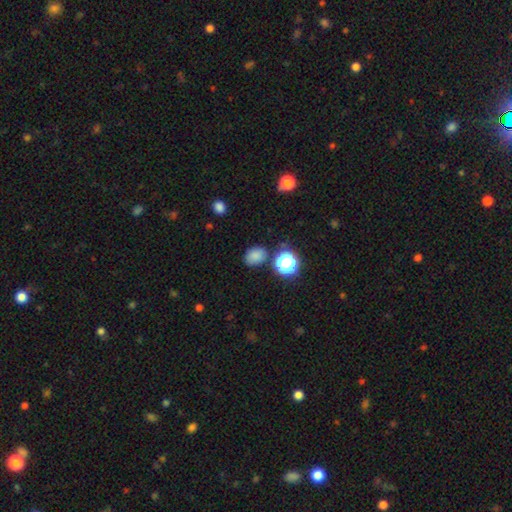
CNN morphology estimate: type=smooth (79%); roundness=in between (58%); merging=none (77%).